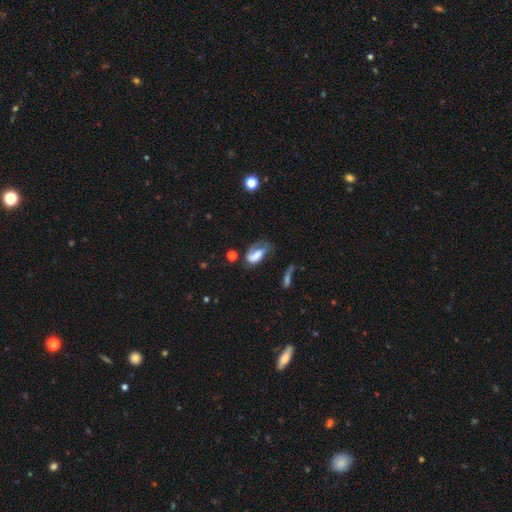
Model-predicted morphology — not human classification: Smooth or featured? Predicted: smooth (p=0.53). How rounded? Predicted: in between (p=0.87). Merging? Predicted: major disturbance (p=0.35).